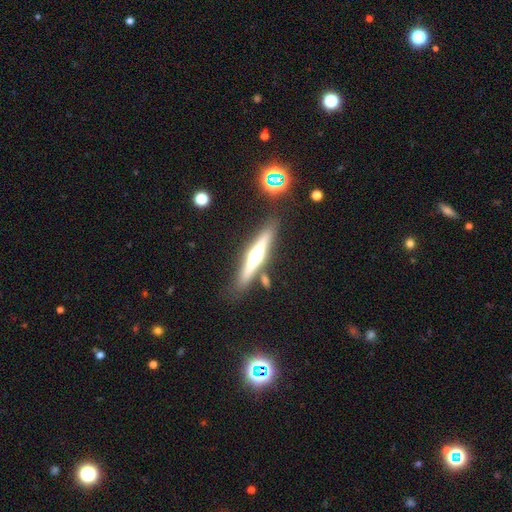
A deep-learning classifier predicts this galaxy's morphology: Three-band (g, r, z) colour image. It shows a featured or disk galaxy (70%) viewed edge-on (96%) with a rounded central bulge (88%). Merging: none (81%).